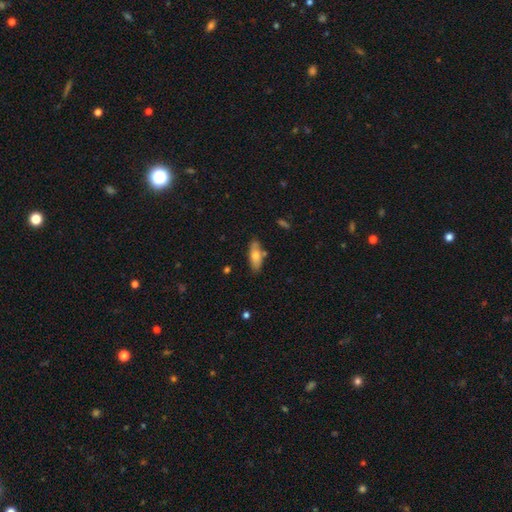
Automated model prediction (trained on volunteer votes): A smooth galaxy with no disk features (73%) that is in between round and cigar-shaped (67%). Merging: none (76%).